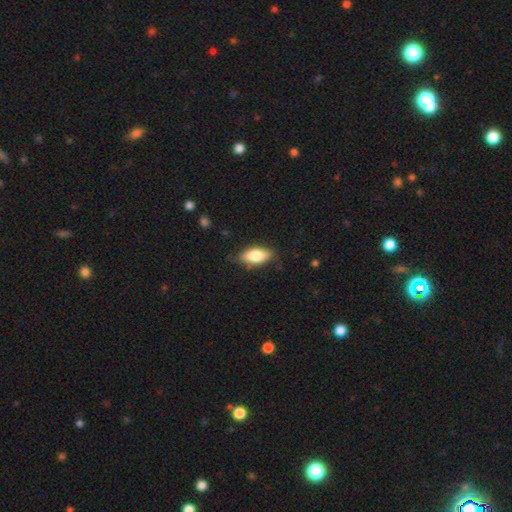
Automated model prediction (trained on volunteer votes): This appears to be a smooth galaxy with no disk features (74%) that is in between round and cigar-shaped (84%). Merging: none (78%).